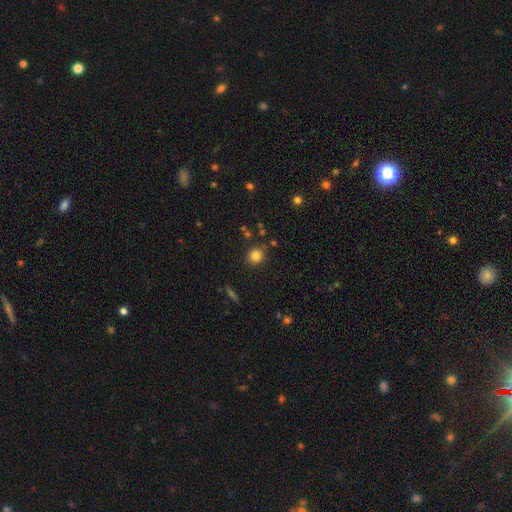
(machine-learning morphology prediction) Smooth or featured?
  - smooth: 81% *
  - star or artifact: 12%
  - featured or disk: 6%
How rounded?
  - round: 75% *
  - in between: 24%
  - cigar-shaped: 1%
Merging?
  - none: 81% *
  - minor disturbance: 11%
  - merger: 4%
  - major disturbance: 3%